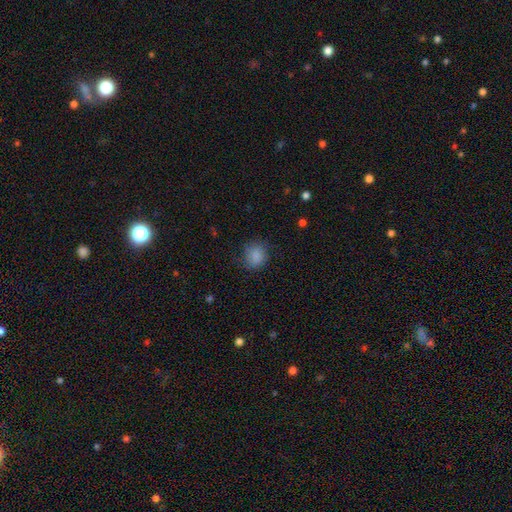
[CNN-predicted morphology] Smooth or featured?
  - smooth: 85% *
  - star or artifact: 9%
  - featured or disk: 6%
How rounded?
  - round: 68% *
  - in between: 31%
  - cigar-shaped: 1%
Merging?
  - none: 74% *
  - minor disturbance: 19%
  - major disturbance: 6%
  - merger: 1%